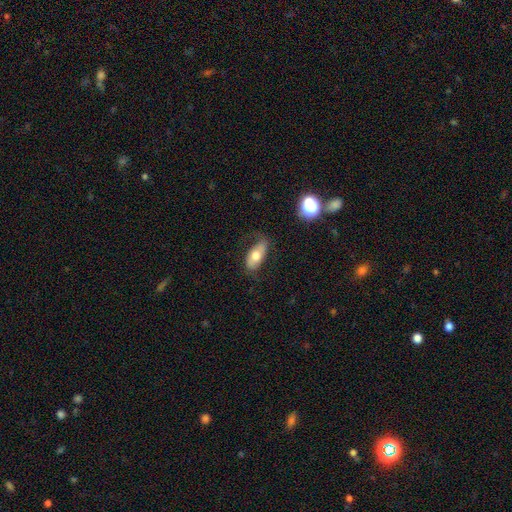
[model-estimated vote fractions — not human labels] A smooth galaxy with no disk features (63%) that is in between round and cigar-shaped (87%).

Vote fractions:
- Smooth or featured? smooth: 63% / featured or disk: 29% / star or artifact: 8%
- How rounded? in between: 87% / cigar-shaped: 9% / round: 4%
- Merging? none: 66% / minor disturbance: 23% / major disturbance: 9% / merger: 2%